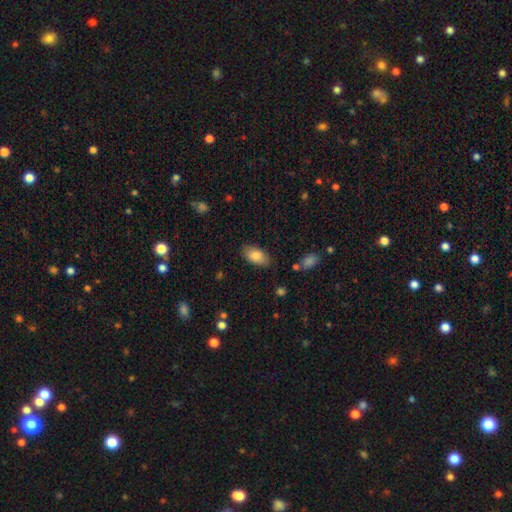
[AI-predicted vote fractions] smooth-or-featured: smooth: 83% | featured or disk: 11% | star or artifact: 7%
  how-rounded: in between: 93% | round: 4% | cigar-shaped: 3%
  merging: none: 84% | minor disturbance: 12% | major disturbance: 3% | merger: 1%